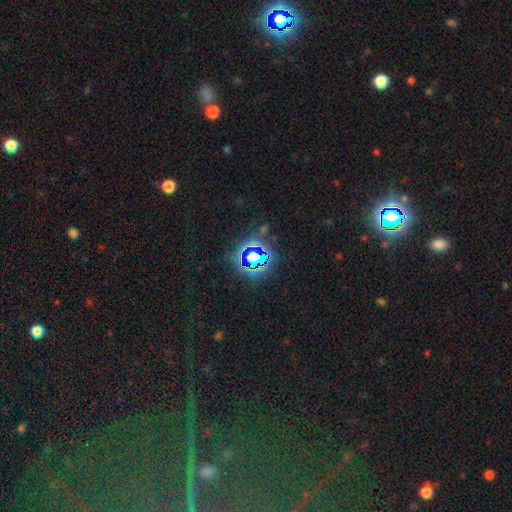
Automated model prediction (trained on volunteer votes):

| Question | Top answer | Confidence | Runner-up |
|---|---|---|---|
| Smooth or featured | star or artifact | 68% | smooth (20%) |